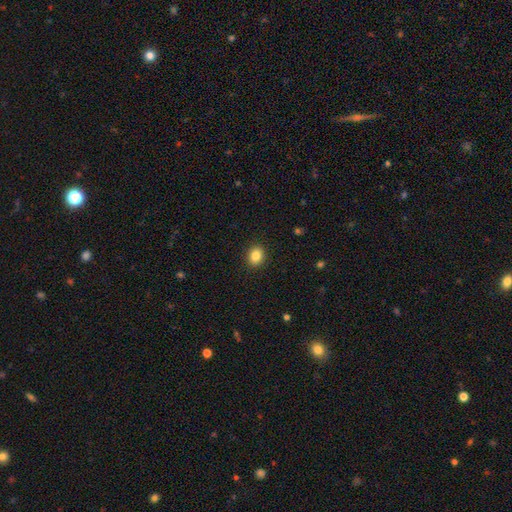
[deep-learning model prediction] Smooth or featured? smooth (85%)
How rounded? round (57%)
Merging? none (91%)